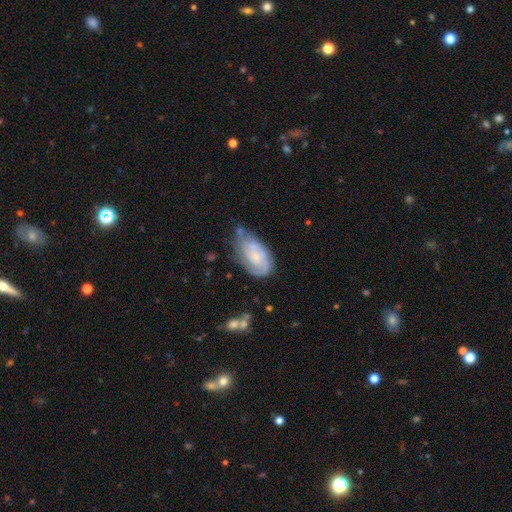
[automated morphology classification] featured or disk 66%, smooth 27%, star or artifact 7%. Down the decision tree: edge-on disk — no (96%); bar — no (69%); spiral arms — yes (86%); spiral arm count — can't tell (38%); spiral winding — tight (54%); bulge size — small (55%); merging — none (49%).